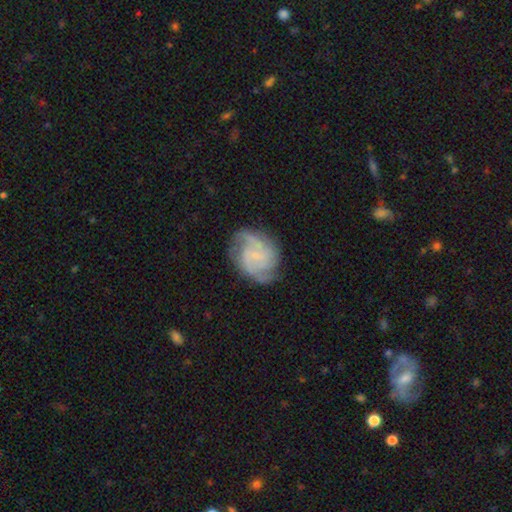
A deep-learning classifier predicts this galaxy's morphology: This is clearly a featured or disk galaxy (83%). It is clearly not viewed edge-on (98%). Bar: possibly no (53%). Spiral arm pattern: clearly yes (96%). Spiral arm count: marginally 2 (45%). Spiral winding: possibly medium (50%). Central bulge: likely small (64%). Merging: likely none (73%).